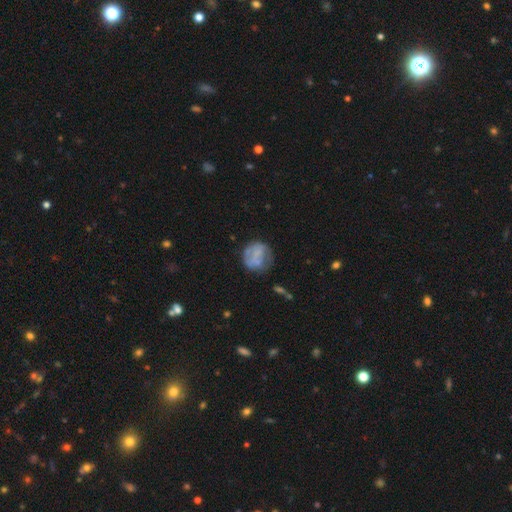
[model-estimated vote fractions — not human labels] Q: Smooth or featured?
A: smooth (46%); runner-up: featured or disk (44%)
Q: Merging?
A: none (58%); runner-up: minor disturbance (22%)